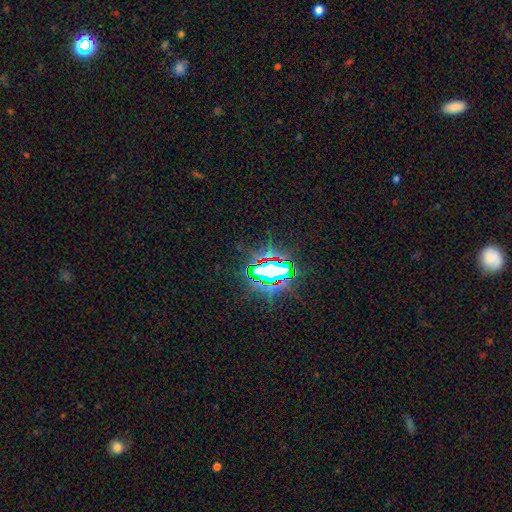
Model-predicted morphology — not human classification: type=star or artifact (82%).